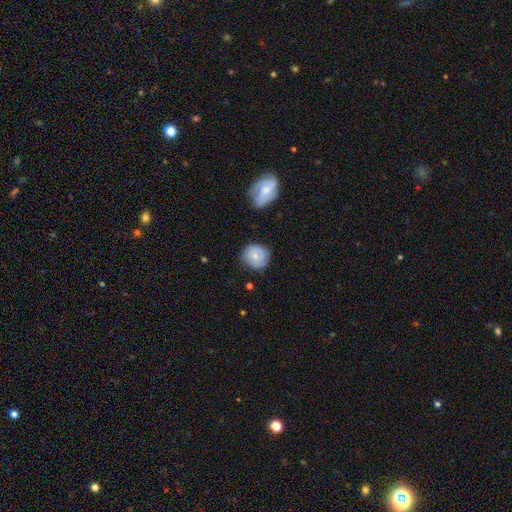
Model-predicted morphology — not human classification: Smooth or featured?
  - smooth: 58% *
  - featured or disk: 35%
  - star or artifact: 7%
How rounded?
  - round: 83% *
  - in between: 16%
  - cigar-shaped: 1%
Merging?
  - none: 73% *
  - minor disturbance: 20%
  - major disturbance: 5%
  - merger: 2%